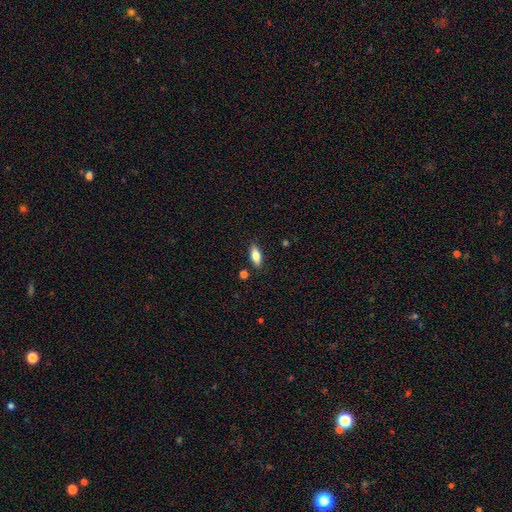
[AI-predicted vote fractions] A smooth galaxy with no disk features (78%) that is in between round and cigar-shaped (78%).

Vote fractions:
- Smooth or featured? smooth: 78% / featured or disk: 15% / star or artifact: 7%
- How rounded? in between: 78% / cigar-shaped: 20% / round: 3%
- Merging? none: 85% / minor disturbance: 10% / merger: 3% / major disturbance: 2%